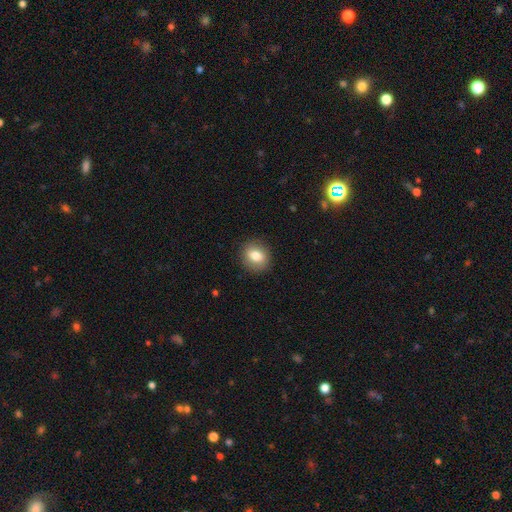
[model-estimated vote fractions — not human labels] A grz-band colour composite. It shows a smooth galaxy with no disk features (80%) that is round (71%). Merging: none (89%).